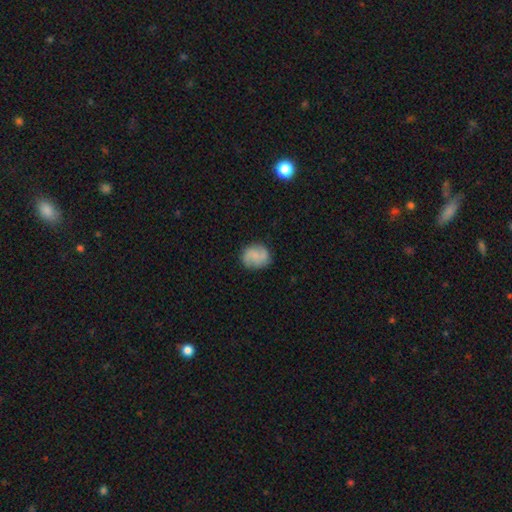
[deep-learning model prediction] Smooth or featured?
  - featured or disk: 46% * (tied)
  - smooth: 46% * (tied)
  - star or artifact: 9%
Merging?
  - none: 78% *
  - minor disturbance: 15%
  - major disturbance: 6%
  - merger: 1%